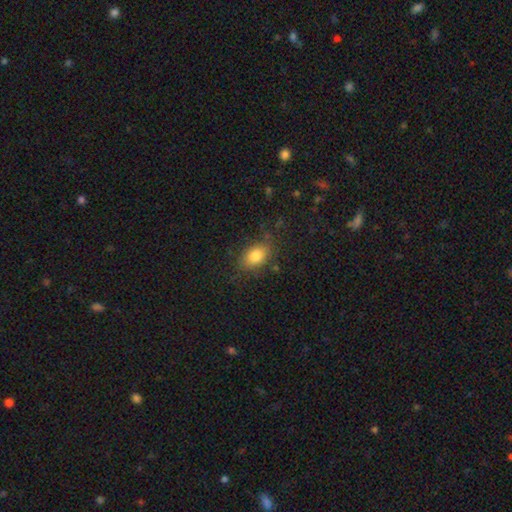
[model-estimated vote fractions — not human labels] Morphology: type=smooth (82%); roundness=in between (83%); merging=none (77%).